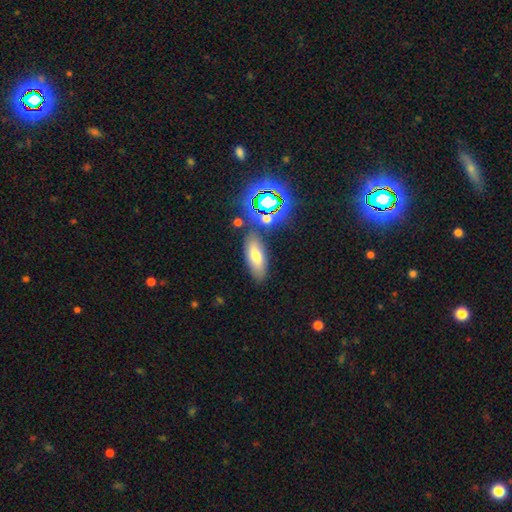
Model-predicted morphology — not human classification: This is likely a smooth galaxy (61%). How rounded: likely in between (75%). Merging: likely none (79%).